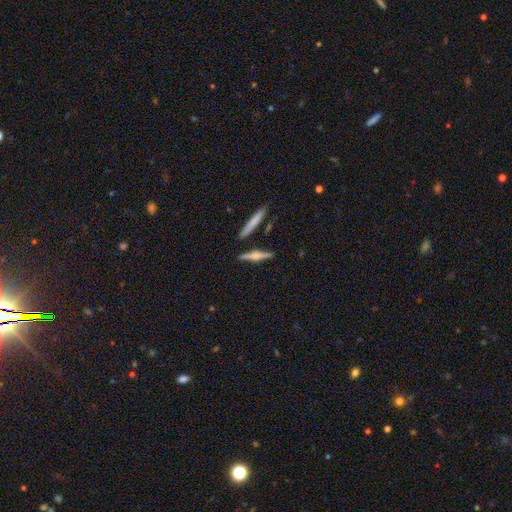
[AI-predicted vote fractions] Overall: featured or disk (62%; smooth 32%). Edge-on disk: yes (97%). Edge-on bulge: rounded (79%). Merging: none (85%).